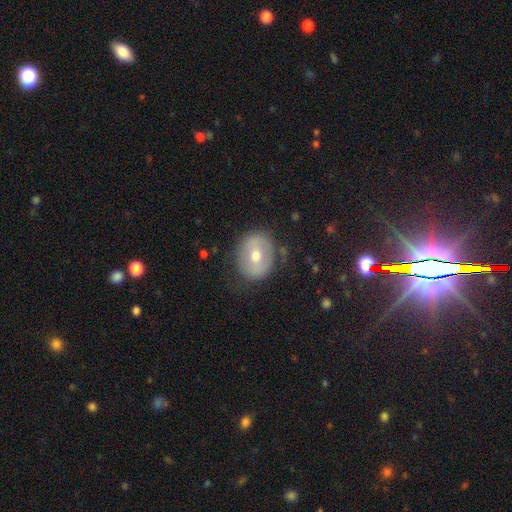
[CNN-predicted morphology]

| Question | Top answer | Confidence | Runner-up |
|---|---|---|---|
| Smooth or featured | smooth | 47% | featured or disk (44%) |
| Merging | none | 80% | minor disturbance (14%) |